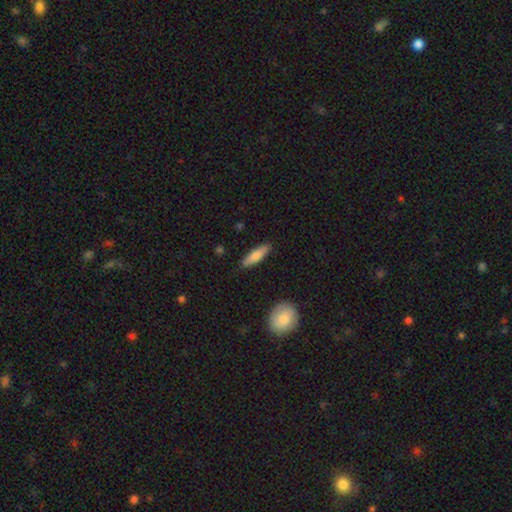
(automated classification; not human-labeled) A smooth galaxy with no disk features (72%) that is cigar-shaped (69%).

Vote fractions:
- Smooth or featured? smooth: 72% / featured or disk: 23% / star or artifact: 6%
- How rounded? cigar-shaped: 69% / in between: 29% / round: 2%
- Merging? none: 88% / minor disturbance: 8% / major disturbance: 2% / merger: 2%